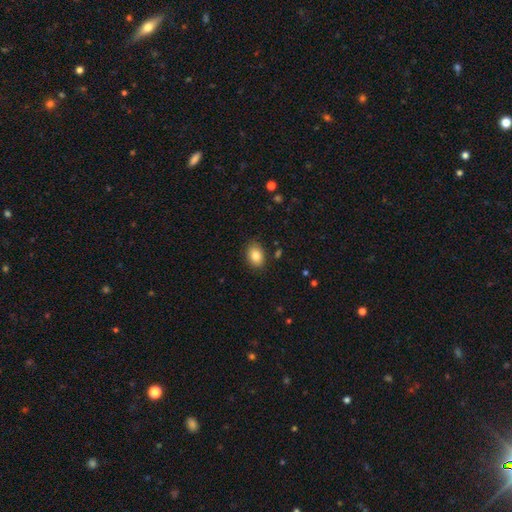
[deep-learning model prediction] Smooth or featured: smooth — 84% (star or artifact — 8%)
How rounded: in between — 78% (round — 21%)
Merging: none — 85% (minor disturbance — 11%)